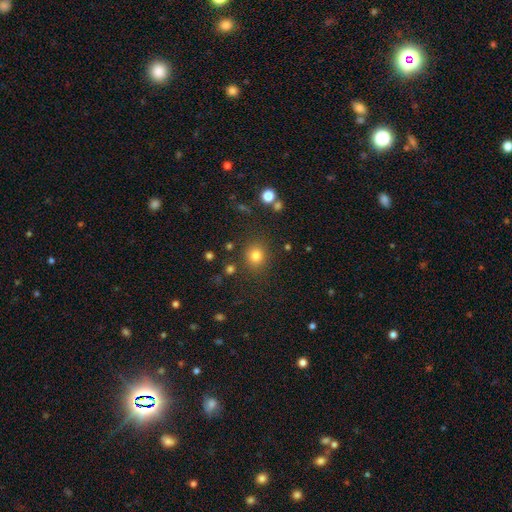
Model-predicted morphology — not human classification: This appears to be a smooth galaxy with no disk features (80%) that is round (77%). Merging: none (83%).